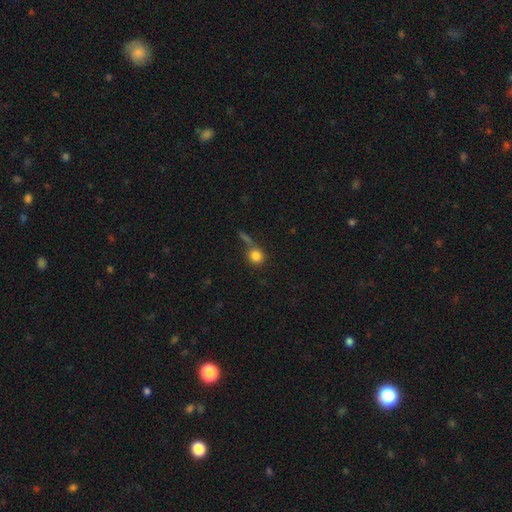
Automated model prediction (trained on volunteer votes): Smooth or featured? Predicted: smooth (p=0.82). How rounded? Predicted: round (p=0.87). Merging? Predicted: none (p=0.57).